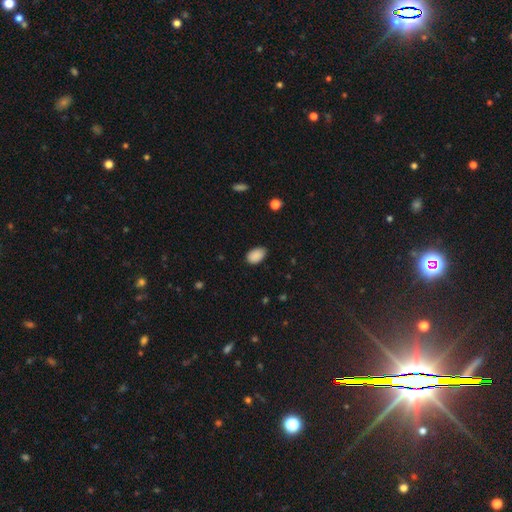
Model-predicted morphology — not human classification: Overall: smooth (89%). How rounded: in between (89%). Merging: none (83%).